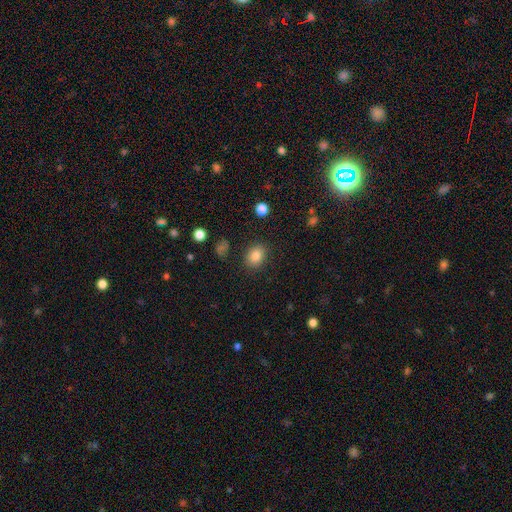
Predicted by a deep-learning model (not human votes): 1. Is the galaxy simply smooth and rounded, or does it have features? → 83% smooth, 10% star or artifact, 6% featured or disk.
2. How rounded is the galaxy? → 52% in between, 47% round, 1% cigar-shaped.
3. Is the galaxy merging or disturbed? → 86% none, 9% minor disturbance, 3% major disturbance, 2% merger.